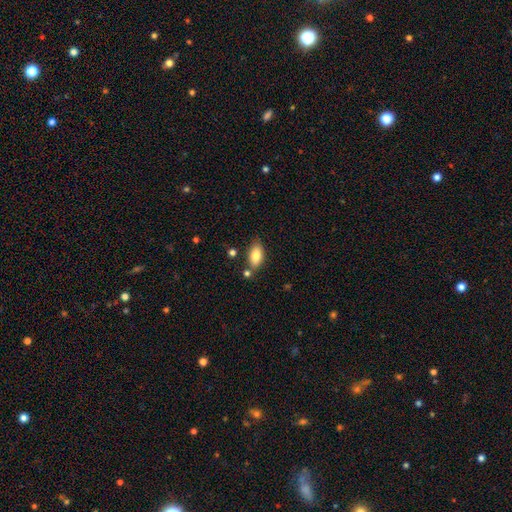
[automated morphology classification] Q: Smooth or featured?
A: smooth (82%); runner-up: featured or disk (10%)
Q: How rounded?
A: in between (91%); runner-up: cigar-shaped (6%)
Q: Merging?
A: none (73%); runner-up: minor disturbance (15%)